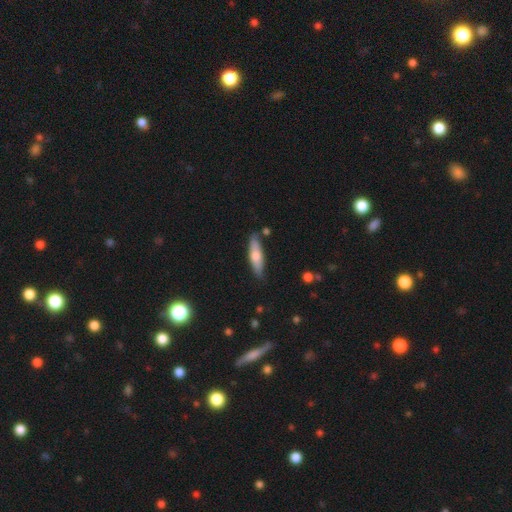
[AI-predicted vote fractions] The model was most divided on "how rounded": cigar-shaped: 62%, in between: 36%, round: 2%. More confident: merging — none (82%); smooth or featured — smooth (62%).